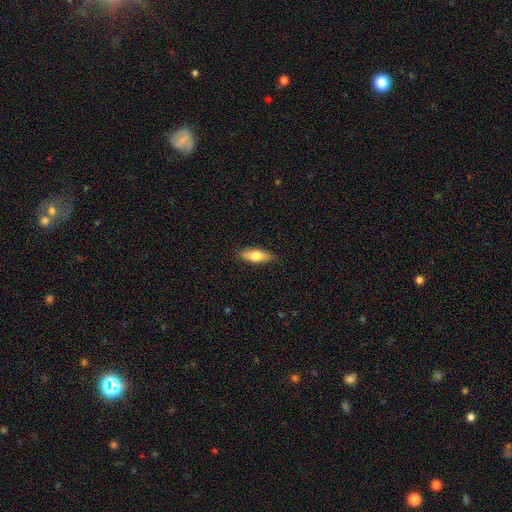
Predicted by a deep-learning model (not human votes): This is likely a smooth galaxy (73%). How rounded: likely in between (67%). Merging: clearly none (85%).